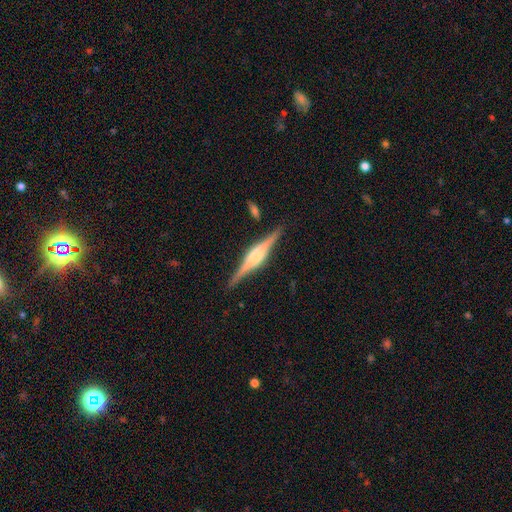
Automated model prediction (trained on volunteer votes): Smooth or featured? featured or disk (81%)
Edge-on disk? yes (98%)
Edge-on bulge? rounded (69%)
Merging? none (87%)